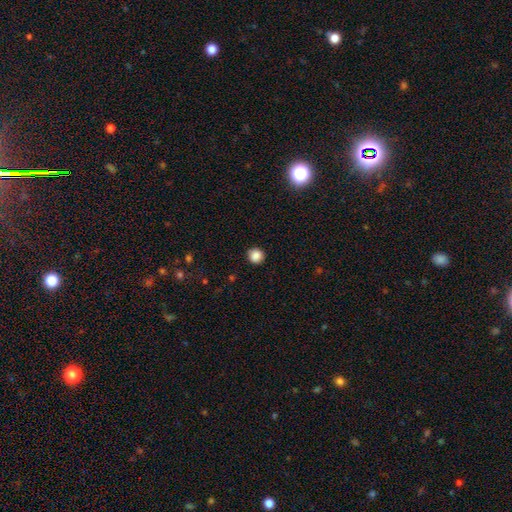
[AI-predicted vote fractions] smooth_or_featured: smooth (p=0.86) [alt: star or artifact p=0.10]
how_rounded: round (p=0.93) [alt: in between p=0.06]
merging: none (p=0.90) [alt: minor disturbance p=0.07]